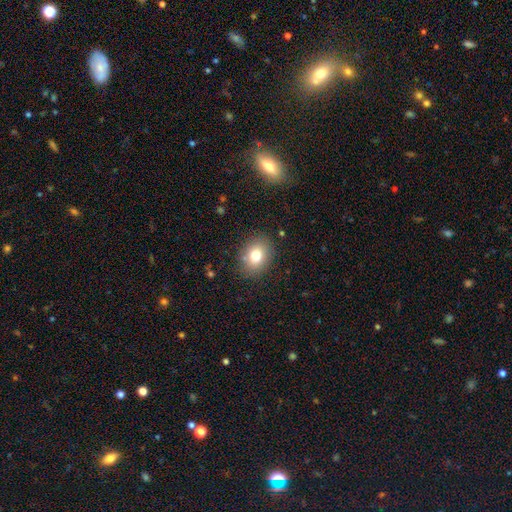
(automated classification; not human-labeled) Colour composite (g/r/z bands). It shows a smooth galaxy with no disk features (77%) that is in between round and cigar-shaped (53%). Merging: none (85%).